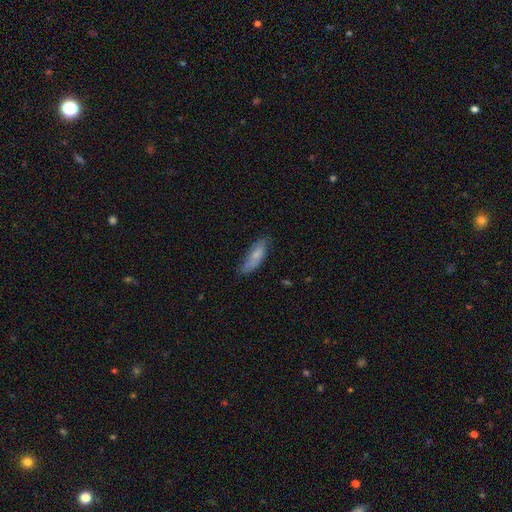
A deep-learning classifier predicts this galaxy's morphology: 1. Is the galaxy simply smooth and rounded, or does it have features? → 73% smooth, 21% featured or disk, 6% star or artifact.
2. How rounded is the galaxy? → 54% in between, 44% cigar-shaped, 2% round.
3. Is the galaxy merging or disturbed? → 69% none, 25% minor disturbance, 5% major disturbance, 2% merger.